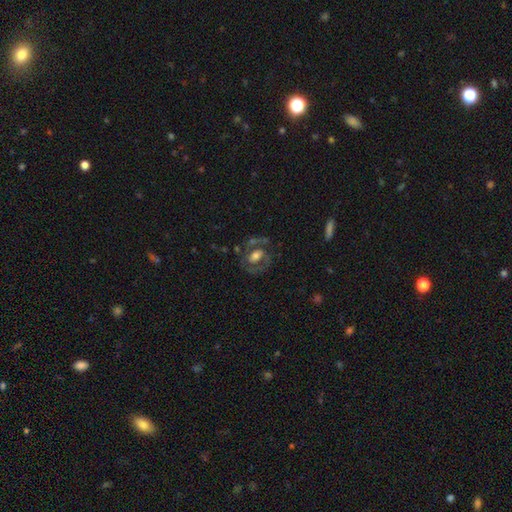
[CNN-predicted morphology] Smooth or featured: featured or disk — 62% (smooth — 30%)
Edge-on disk: no — 95% (yes — 5%)
Bar: no — 57% (weak — 29%)
Spiral arms: yes — 53% (no — 47%)
Bulge size: moderate — 49% (large — 30%)
Merging: none — 56% (minor disturbance — 18%)